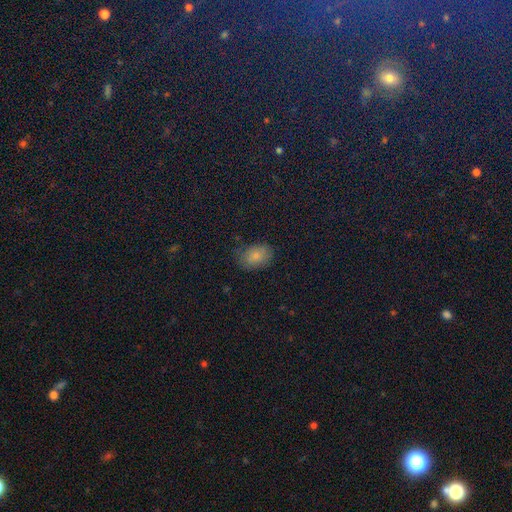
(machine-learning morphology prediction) Smooth or featured?
  - smooth: 82% *
  - star or artifact: 10%
  - featured or disk: 8%
How rounded?
  - in between: 79% *
  - round: 20%
  - cigar-shaped: 1%
Merging?
  - none: 75% *
  - minor disturbance: 19%
  - major disturbance: 5%
  - merger: 1%